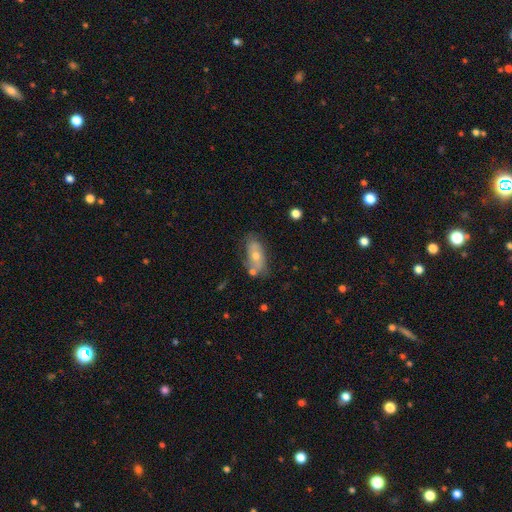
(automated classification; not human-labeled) Smooth or featured: featured or disk — 48% (smooth — 42%)
Merging: none — 61% (minor disturbance — 21%)